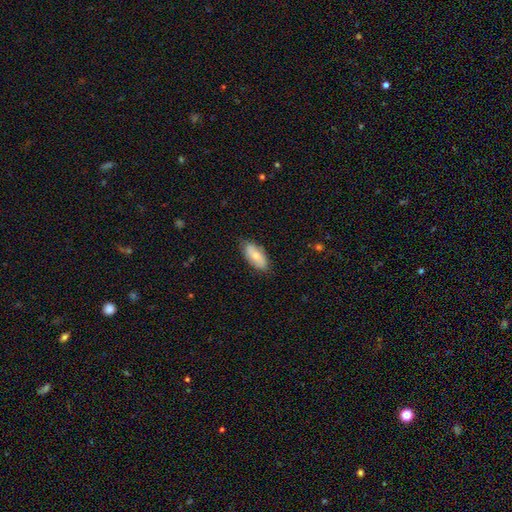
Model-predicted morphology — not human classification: smooth 69%, featured or disk 25%, star or artifact 6%. Down the decision tree: how rounded — in between (89%); merging — none (80%).